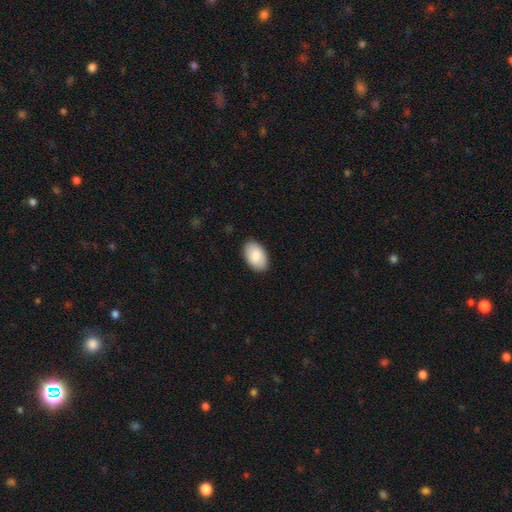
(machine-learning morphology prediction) smooth_or_featured: smooth (p=0.86) [alt: featured or disk p=0.09]
how_rounded: in between (p=0.94) [alt: round p=0.05]
merging: none (p=0.89) [alt: minor disturbance p=0.09]